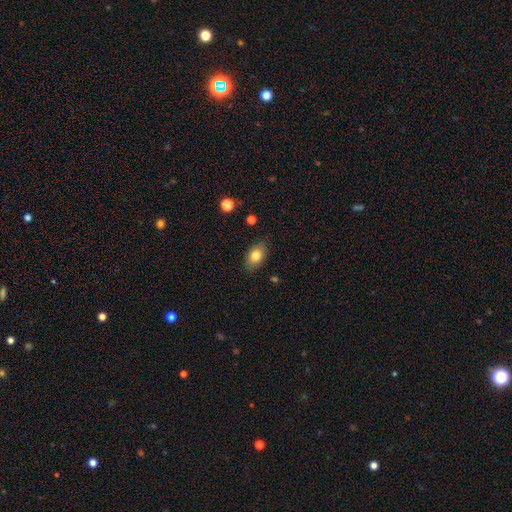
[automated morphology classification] The model was most divided on "smooth or featured": smooth: 80%, featured or disk: 11%, star or artifact: 8%. More confident: how rounded — in between (87%); merging — none (84%).